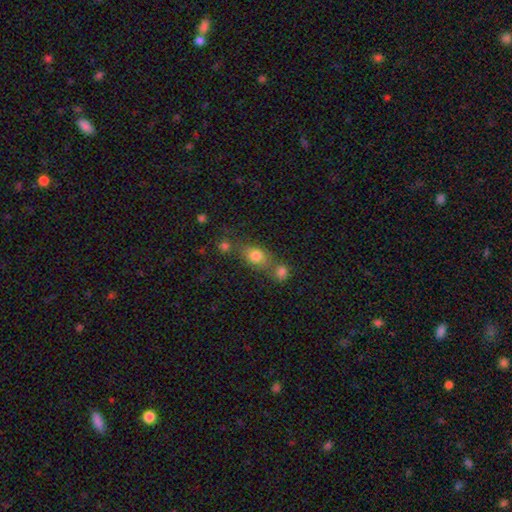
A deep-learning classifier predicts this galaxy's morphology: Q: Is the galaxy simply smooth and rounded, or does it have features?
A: smooth — 78%.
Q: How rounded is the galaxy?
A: in between — 54%.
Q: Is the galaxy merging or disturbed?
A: none — 46%.